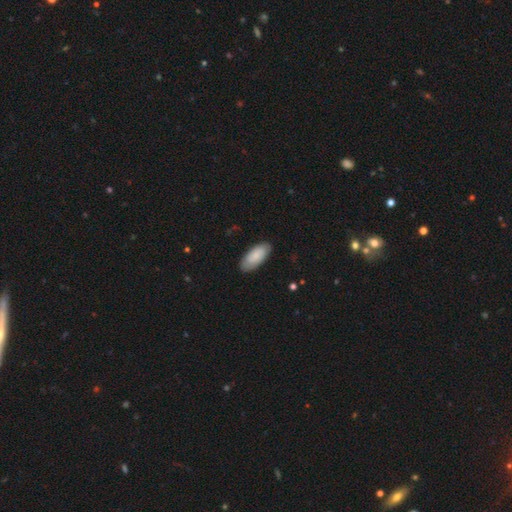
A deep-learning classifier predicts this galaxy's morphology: A smooth galaxy with no disk features (82%) that is in between round and cigar-shaped (89%). Merging: none (85%).